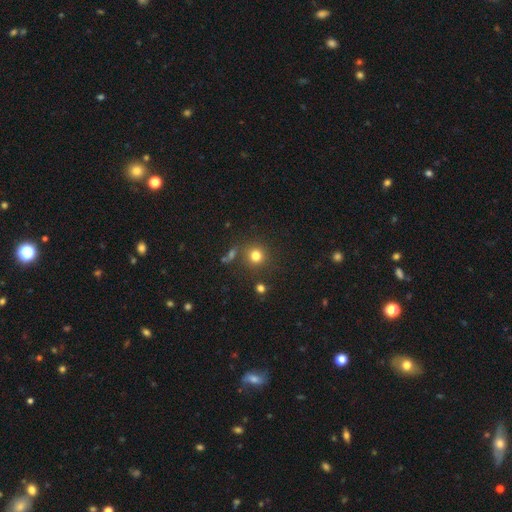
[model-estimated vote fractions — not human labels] The model was most divided on "smooth or featured": smooth: 78%, star or artifact: 16%, featured or disk: 7%. More confident: how rounded — round (92%); merging — none (80%).